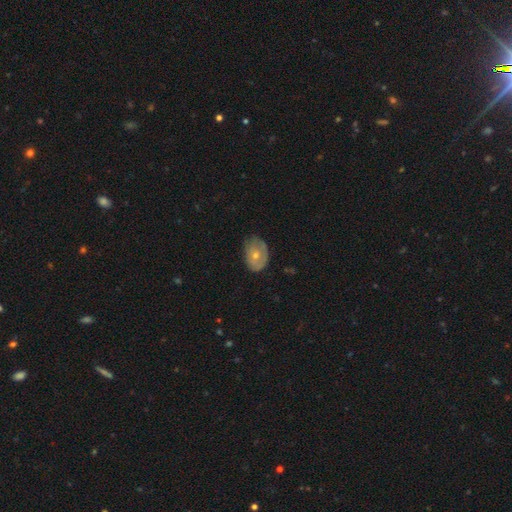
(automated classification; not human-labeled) Overall: smooth (56%; featured or disk 37%). How rounded: in between (74%). Merging: none (55%; minor disturbance 33%).